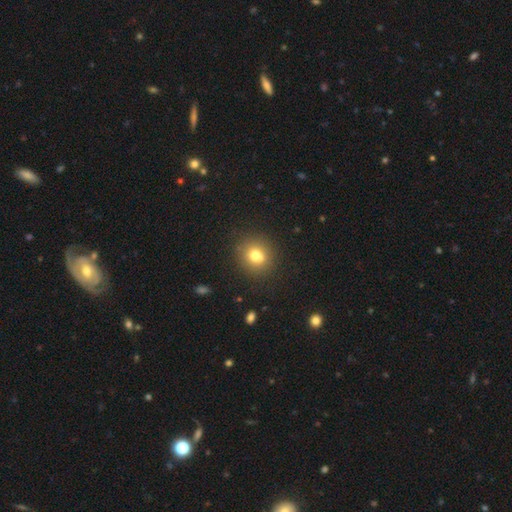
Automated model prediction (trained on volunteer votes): smooth-or-featured: smooth: 72% | featured or disk: 15% | star or artifact: 12%
  how-rounded: round: 77% | in between: 22% | cigar-shaped: 1%
  merging: none: 67% | merger: 18% | minor disturbance: 12% | major disturbance: 4%